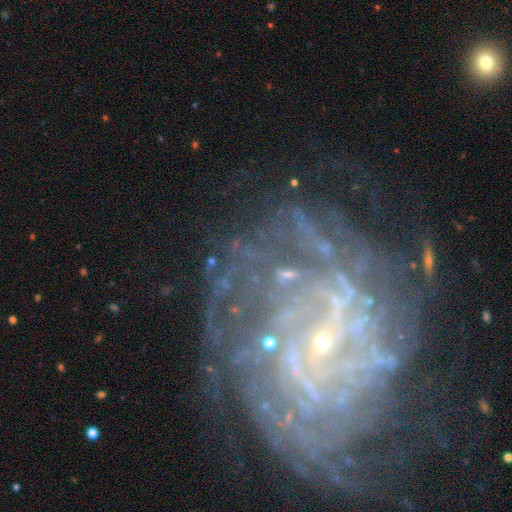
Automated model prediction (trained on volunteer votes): Q: Smooth or featured?
A: featured or disk (85%); runner-up: star or artifact (10%)
Q: Edge-on disk?
A: no (97%); runner-up: yes (3%)
Q: Bar?
A: no (54%); runner-up: weak (33%)
Q: Spiral arms?
A: yes (94%); runner-up: no (6%)
Q: Spiral winding?
A: tight (63%); runner-up: medium (28%)
Q: Spiral arm count?
A: can't tell (29%); runner-up: more than 4 (26%)
Q: Bulge size?
A: small (86%); runner-up: moderate (7%)
Q: Merging?
A: none (65%); runner-up: minor disturbance (17%)